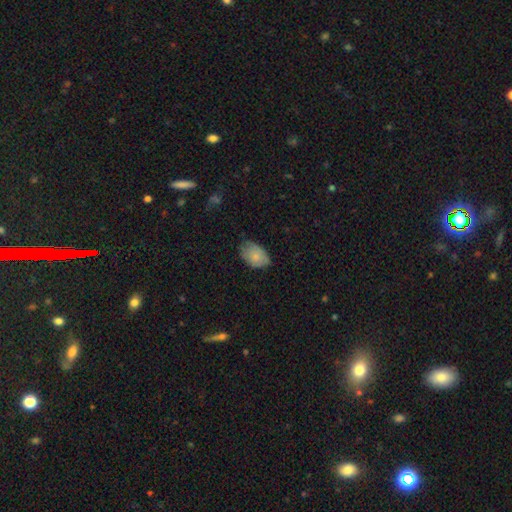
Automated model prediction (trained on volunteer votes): smooth-or-featured: smooth: 81% | featured or disk: 12% | star or artifact: 7%
  how-rounded: in between: 88% | round: 11% | cigar-shaped: 1%
  merging: none: 65% | minor disturbance: 29% | major disturbance: 5% | merger: 1%